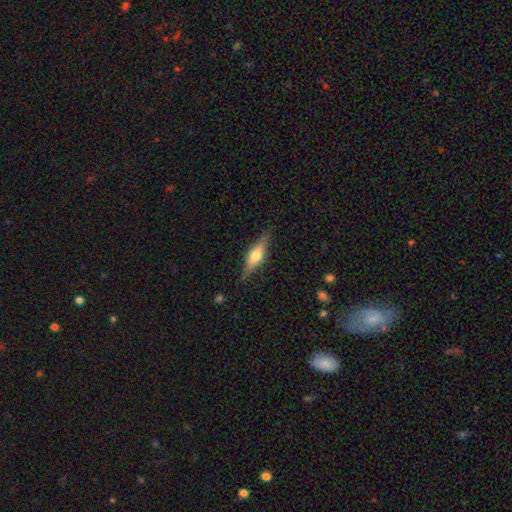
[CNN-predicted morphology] smooth-or-featured: featured or disk: 58% | smooth: 36% | star or artifact: 7%
  disk-edge-on: yes: 94% | no: 6%
    edge-on-bulge: rounded: 89% | boxy: 8% | none: 3%
  merging: none: 85% | minor disturbance: 11% | major disturbance: 2% | merger: 1%